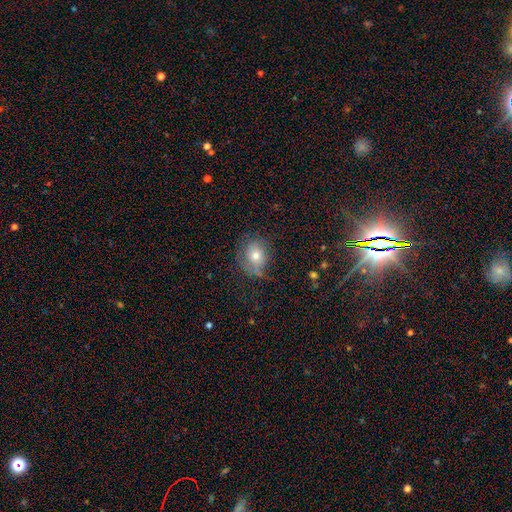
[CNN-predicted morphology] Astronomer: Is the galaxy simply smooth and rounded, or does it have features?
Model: smooth — 68%.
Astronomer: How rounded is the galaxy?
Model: round — 65%.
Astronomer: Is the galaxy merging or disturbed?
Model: none — 60%.